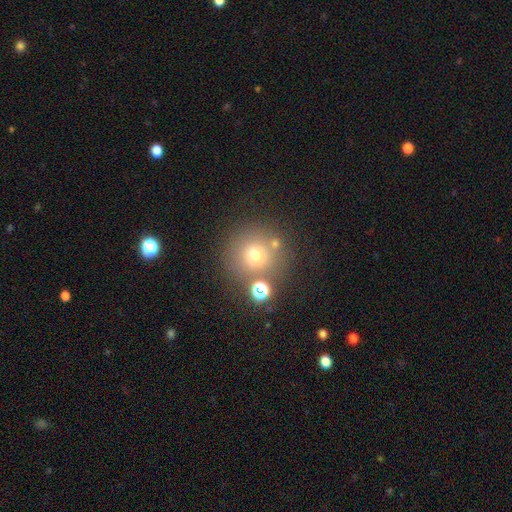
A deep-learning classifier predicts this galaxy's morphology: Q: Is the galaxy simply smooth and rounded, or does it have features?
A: smooth — 67%.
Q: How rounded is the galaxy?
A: round — 93%.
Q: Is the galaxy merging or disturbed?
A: none — 73%.